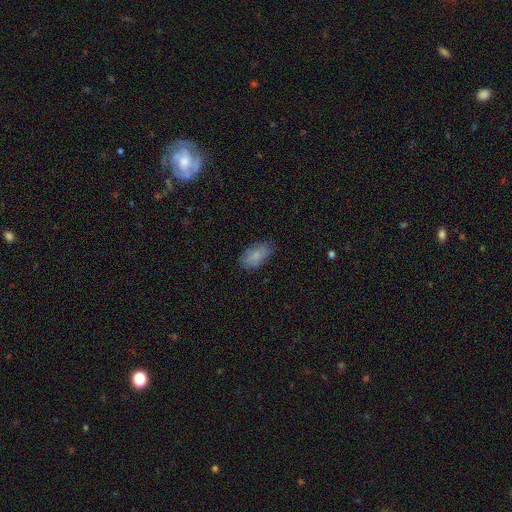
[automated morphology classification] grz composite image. It shows a smooth galaxy with no disk features (83%) that is in between round and cigar-shaped (93%). Merging: none (74%).